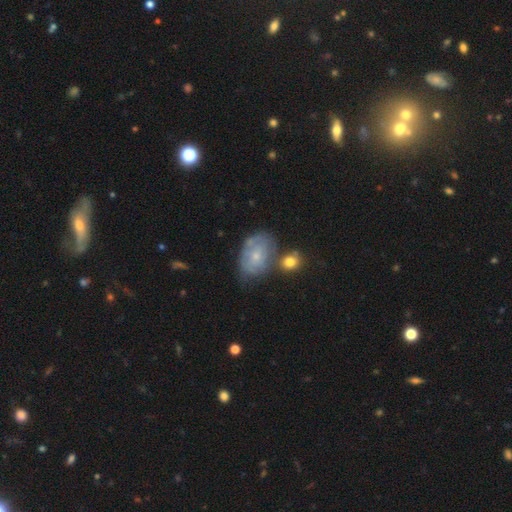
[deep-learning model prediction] Smooth or featured: featured or disk — 51% (smooth — 41%)
Edge-on disk: no — 95% (yes — 5%)
Merging: none — 49% (minor disturbance — 26%)